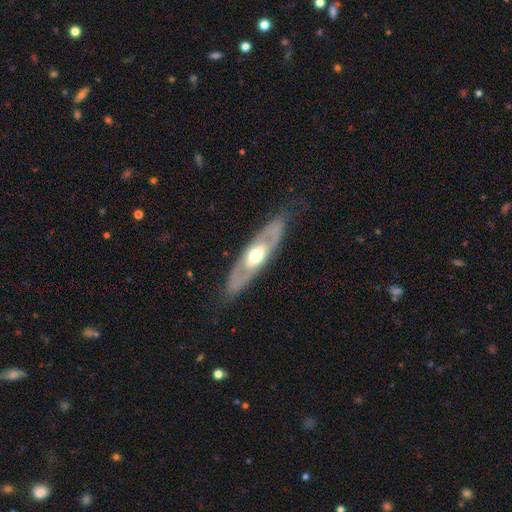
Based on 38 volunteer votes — Smooth or featured?
  - featured or disk: 68% *
  - smooth: 26%
  - star or artifact: 5%
Edge-on disk?
  - no: 69% *
  - yes: 31%
Bar?
  - no: 78% *
  - weak: 17%
  - strong: 6%
Spiral arms?
  - no: 89% *
  - yes: 11%
Bulge size?
  - moderate: 67% *
  - large: 28%
  - small: 6%
  - dominant: 0%
  - none: 0%
Merging?
  - none: 83% *
  - minor disturbance: 14%
  - major disturbance: 3%
  - merger: 0%